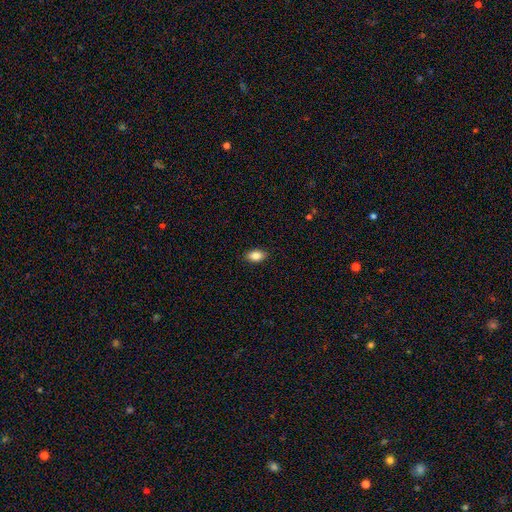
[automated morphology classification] type=smooth (87%); roundness=in between (89%); merging=none (89%).